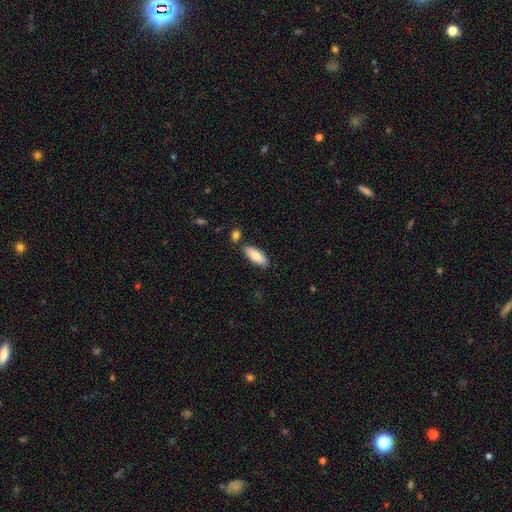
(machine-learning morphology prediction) This appears to be a smooth galaxy with no disk features (82%) that is in between round and cigar-shaped (74%). Merging: none (81%).